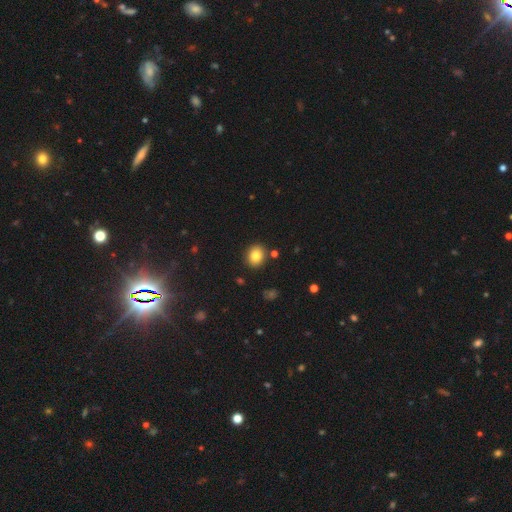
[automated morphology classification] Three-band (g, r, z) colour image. It shows a smooth galaxy with no disk features (83%) that is round (69%). Merging: none (87%).